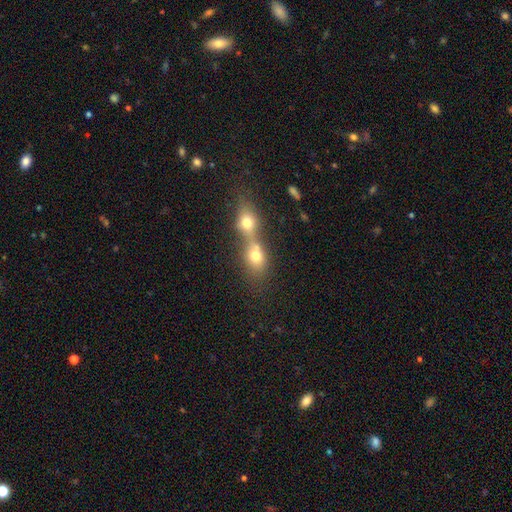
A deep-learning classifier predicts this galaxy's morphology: type=smooth (71%); roundness=round (53%); merging=merger (71%).